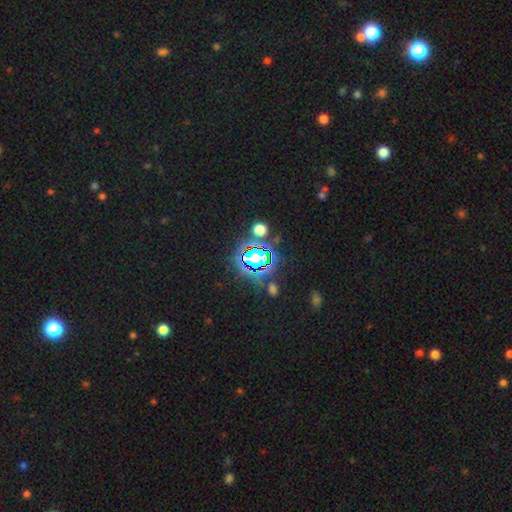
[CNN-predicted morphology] Overall: star or artifact (81%).